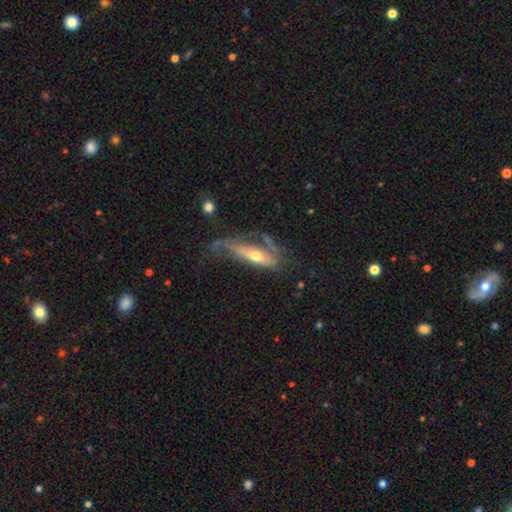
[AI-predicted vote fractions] Morphology: type=featured or disk (57%); edge-on=no (53%); merging=major disturbance (40%).